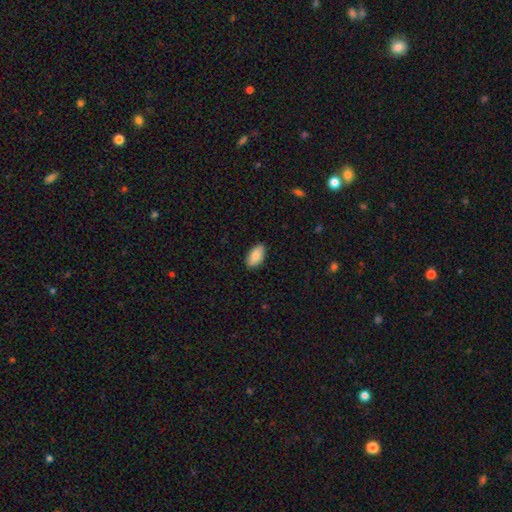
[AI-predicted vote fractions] Smooth or featured? Predicted: smooth (p=0.87). How rounded? Predicted: in between (p=0.95). Merging? Predicted: none (p=0.86).